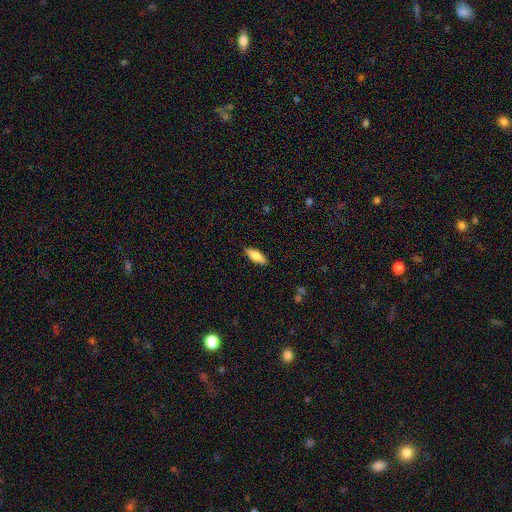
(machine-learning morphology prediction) smooth_or_featured: smooth (p=0.75) [alt: featured or disk p=0.19]
how_rounded: in between (p=0.66) [alt: cigar-shaped p=0.32]
merging: none (p=0.87) [alt: minor disturbance p=0.10]